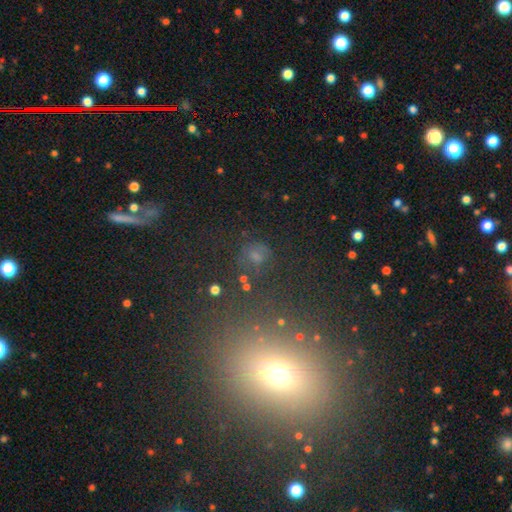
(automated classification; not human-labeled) Smooth or featured? smooth (48%)
Merging? none (58%)